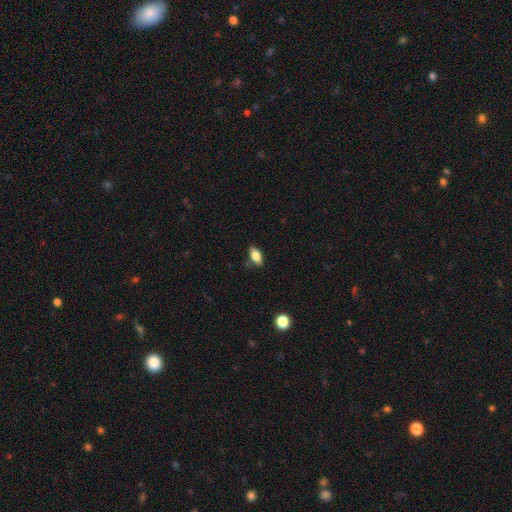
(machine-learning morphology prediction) A smooth galaxy with no disk features (79%) that is in between round and cigar-shaped (87%). Merging: none (82%).